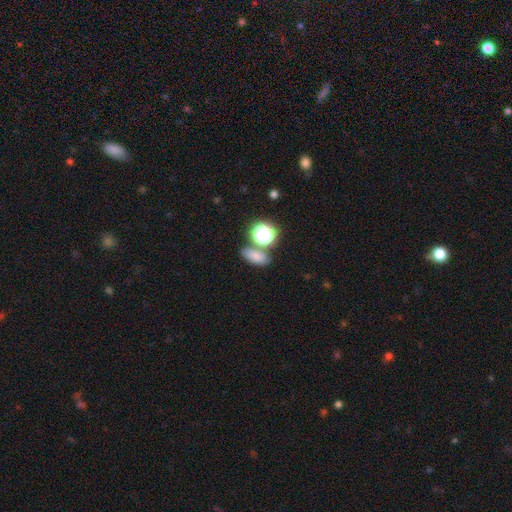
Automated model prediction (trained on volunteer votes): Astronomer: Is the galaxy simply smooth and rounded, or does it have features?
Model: smooth — 73%.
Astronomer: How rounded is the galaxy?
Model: in between — 72%.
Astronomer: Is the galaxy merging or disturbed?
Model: none — 67%.